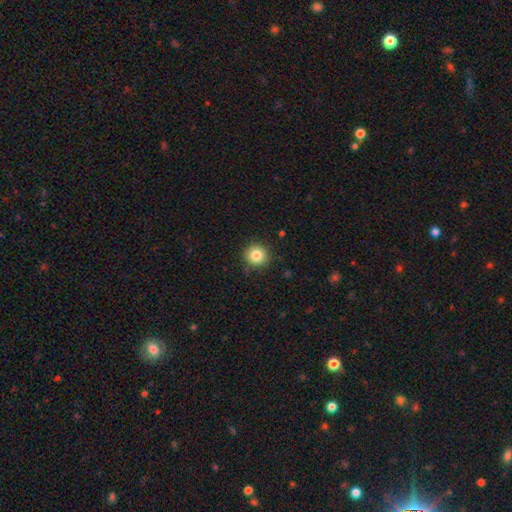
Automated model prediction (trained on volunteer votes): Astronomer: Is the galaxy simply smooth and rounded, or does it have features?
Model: smooth — 83%.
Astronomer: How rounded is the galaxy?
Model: round — 93%.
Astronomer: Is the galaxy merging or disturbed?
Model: none — 88%.